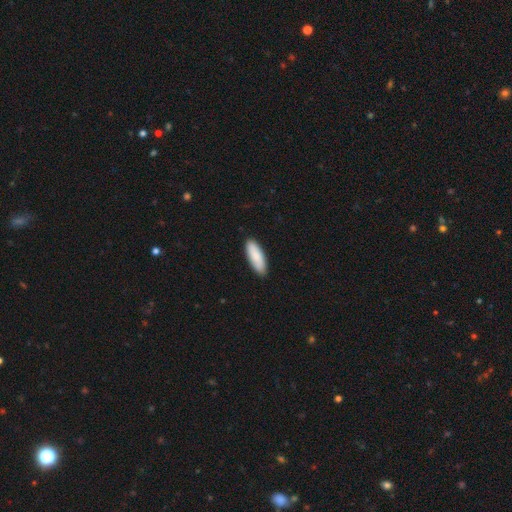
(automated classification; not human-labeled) Smooth or featured?
  - smooth: 87% *
  - featured or disk: 8%
  - star or artifact: 5%
How rounded?
  - in between: 63% *
  - cigar-shaped: 36%
  - round: 2%
Merging?
  - none: 89% *
  - minor disturbance: 9%
  - major disturbance: 2%
  - merger: 1%